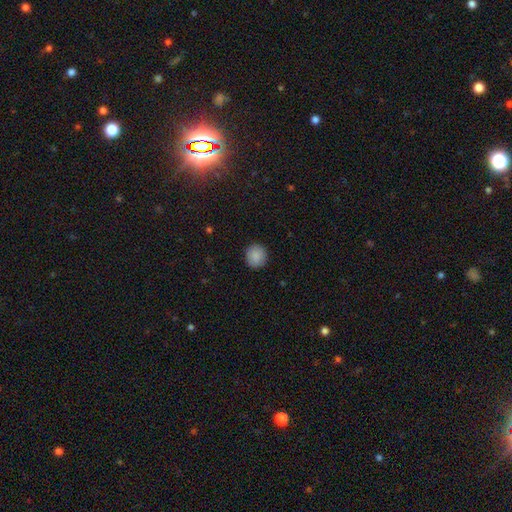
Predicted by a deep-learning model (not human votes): Morphology: type=smooth (88%); roundness=round (90%); merging=none (90%).